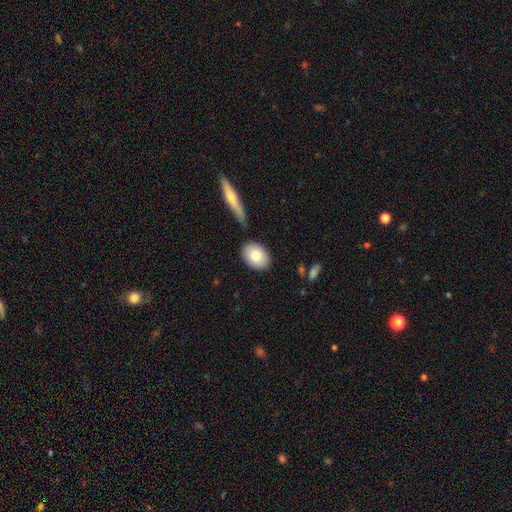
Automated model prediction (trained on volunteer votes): smooth 80%, featured or disk 14%, star or artifact 6%. Down the decision tree: how rounded — in between (74%); merging — none (83%).